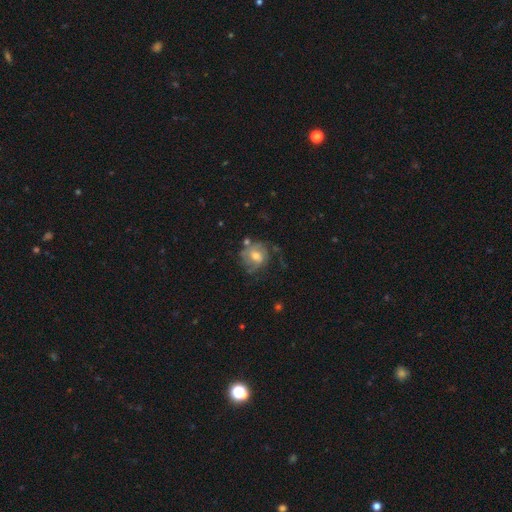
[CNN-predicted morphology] Overall: featured or disk (52%; smooth 39%). Edge-on disk: no (97%). Bar: no (56%; weak 37%). Spiral arms: yes (70%; no 30%). Bulge size: moderate (67%). Merging: none (52%; minor disturbance 25%).